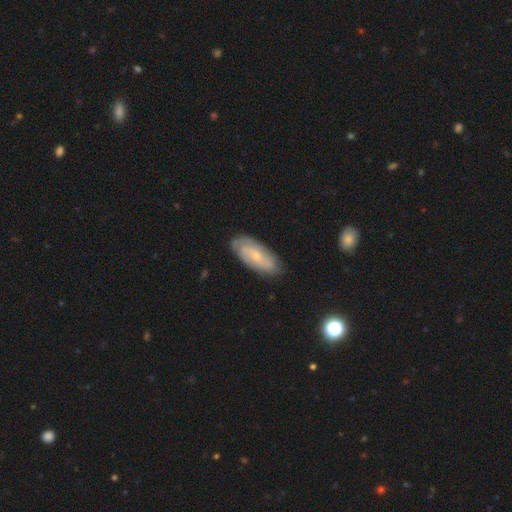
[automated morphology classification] Smooth or featured? featured or disk (65%)
Edge-on disk? no (91%)
Bar? no (68%)
Spiral arms? yes (84%)
Bulge size? small (70%)
Merging? none (78%)